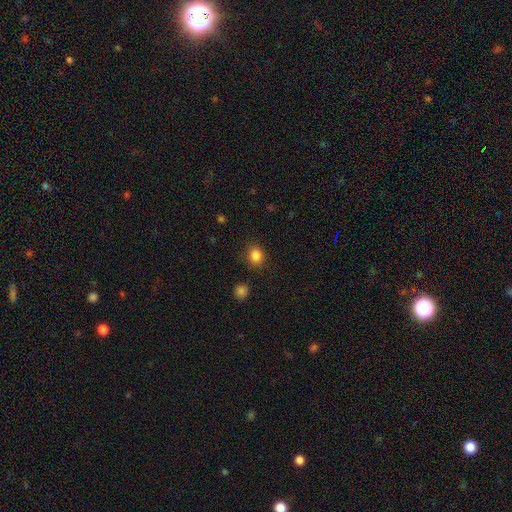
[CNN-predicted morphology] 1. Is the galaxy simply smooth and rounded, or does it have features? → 85% smooth, 11% star or artifact, 4% featured or disk.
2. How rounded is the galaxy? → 69% round, 30% in between, 1% cigar-shaped.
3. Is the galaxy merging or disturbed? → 87% none, 8% minor disturbance, 3% major disturbance, 2% merger.